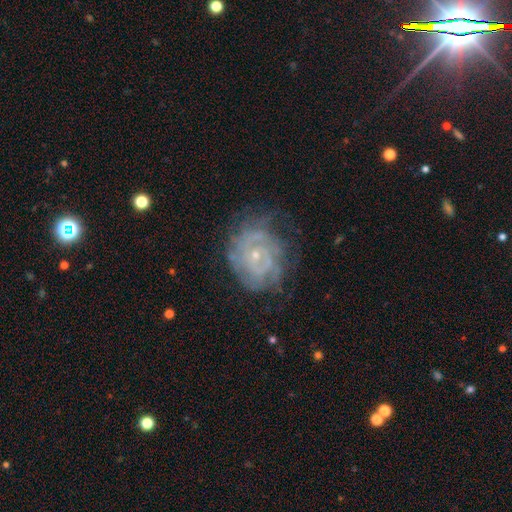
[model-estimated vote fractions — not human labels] Overall: featured or disk (79%). Edge-on disk: no (97%). Bar: no (76%). Spiral arms: yes (87%). Spiral arm count: can't tell (47%; 2 16%). Spiral winding: tight (71%). Bulge size: small (78%). Merging: none (63%).